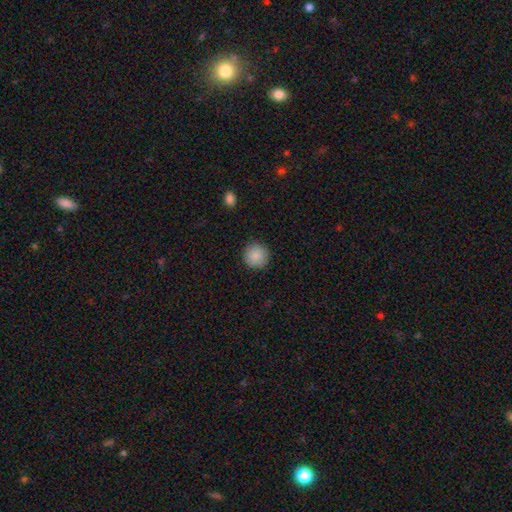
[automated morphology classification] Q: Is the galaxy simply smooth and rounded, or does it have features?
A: smooth — 89%.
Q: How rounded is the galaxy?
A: round — 96%.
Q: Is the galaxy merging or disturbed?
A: none — 92%.